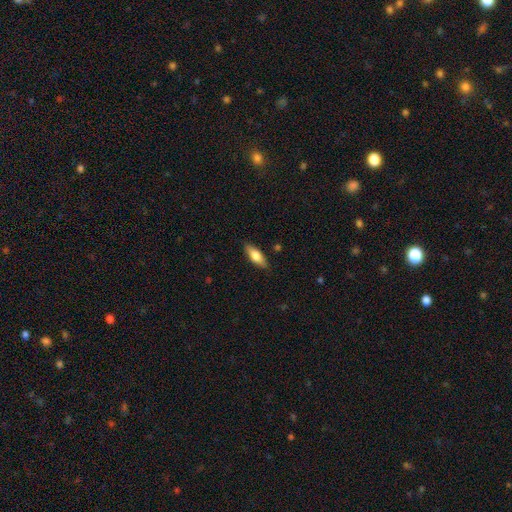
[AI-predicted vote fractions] Q: Smooth or featured?
A: smooth (72%); runner-up: featured or disk (22%)
Q: How rounded?
A: in between (68%); runner-up: cigar-shaped (29%)
Q: Merging?
A: none (86%); runner-up: minor disturbance (10%)